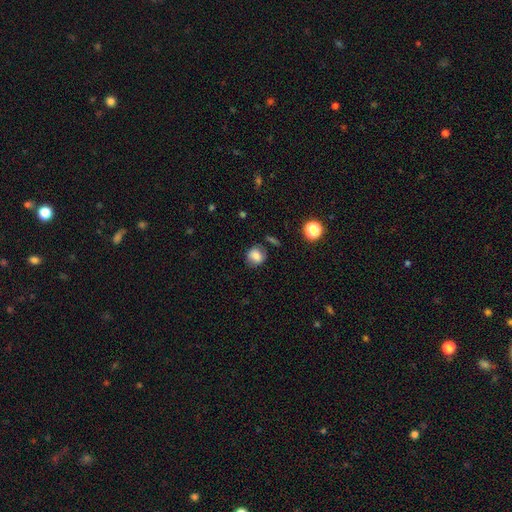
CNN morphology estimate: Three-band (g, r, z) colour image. It shows a smooth galaxy with no disk features (79%) that is round (73%). Merging: none (74%).